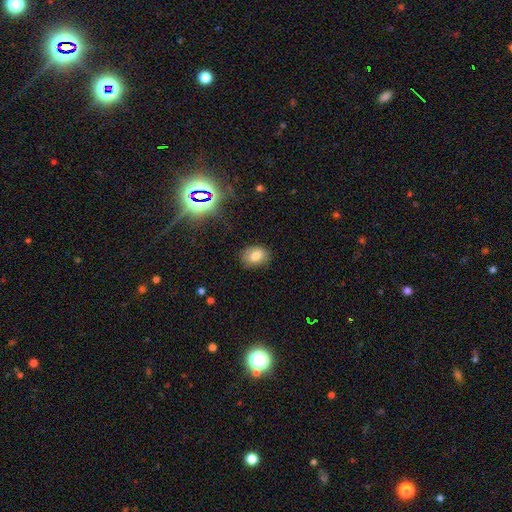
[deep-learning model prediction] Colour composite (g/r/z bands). It shows a smooth galaxy with no disk features (75%) that is in between round and cigar-shaped (72%). Merging: none (80%).